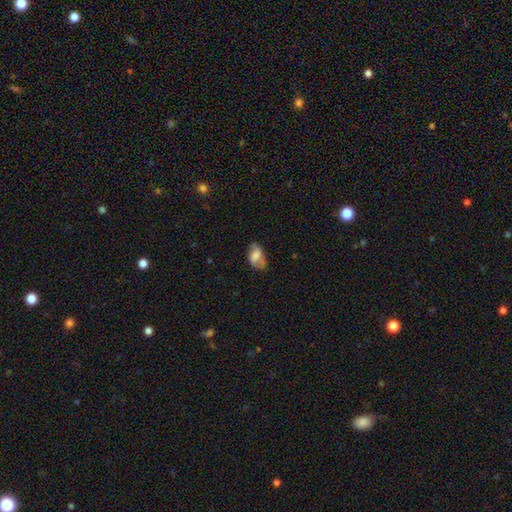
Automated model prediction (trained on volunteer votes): This appears to be a smooth galaxy with no disk features (65%) that is in between round and cigar-shaped (89%). Merging: none (50%).